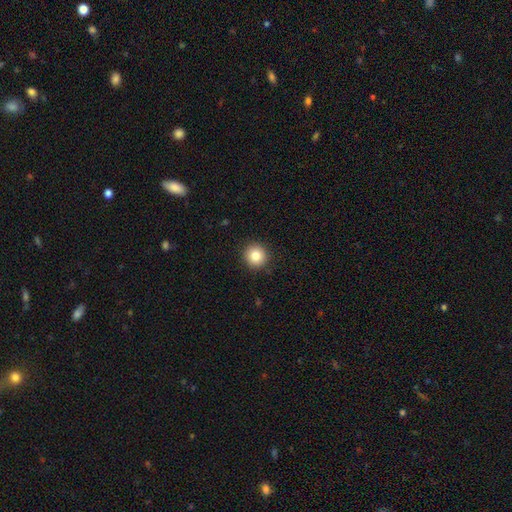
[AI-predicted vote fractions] smooth-or-featured: smooth: 83% | star or artifact: 10% | featured or disk: 6%
  how-rounded: round: 94% | in between: 5% | cigar-shaped: 1%
  merging: none: 91% | minor disturbance: 6% | major disturbance: 2% | merger: 1%